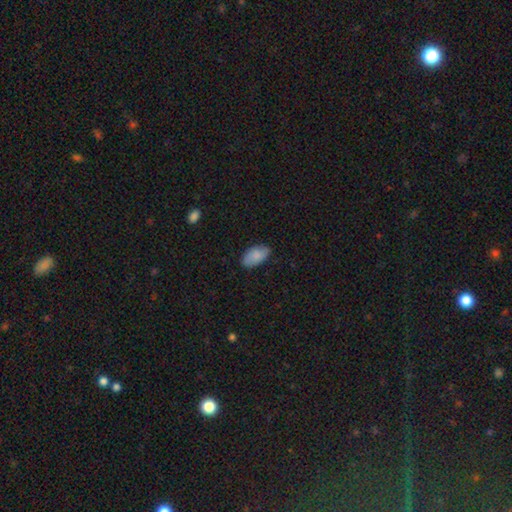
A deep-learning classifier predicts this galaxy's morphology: The model was most divided on "merging": none: 78%, minor disturbance: 18%, major disturbance: 3%, merger: 1%. More confident: how rounded — in between (95%); smooth or featured — smooth (85%).